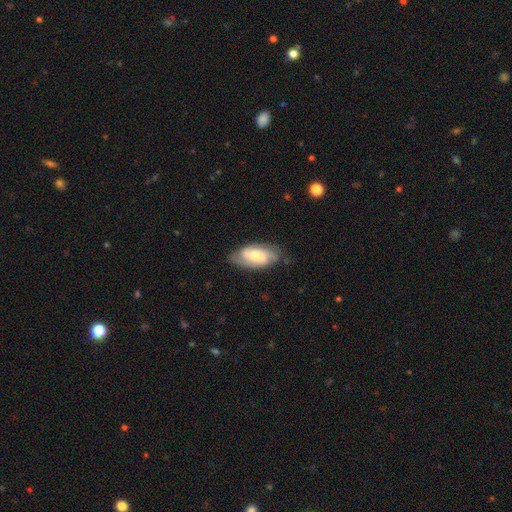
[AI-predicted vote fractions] featured or disk 59%, smooth 35%, star or artifact 6%. Down the decision tree: edge-on disk — no (93%); bar — no (51%); spiral arms — yes (87%); bulge size — moderate (45%); merging — none (70%).